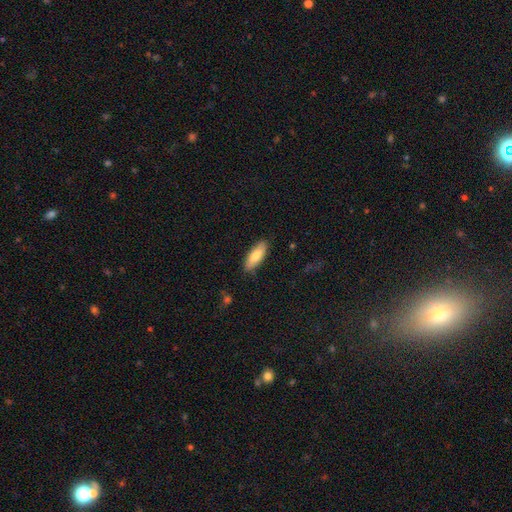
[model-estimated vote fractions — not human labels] Smooth or featured? smooth (78%)
How rounded? in between (66%)
Merging? none (86%)